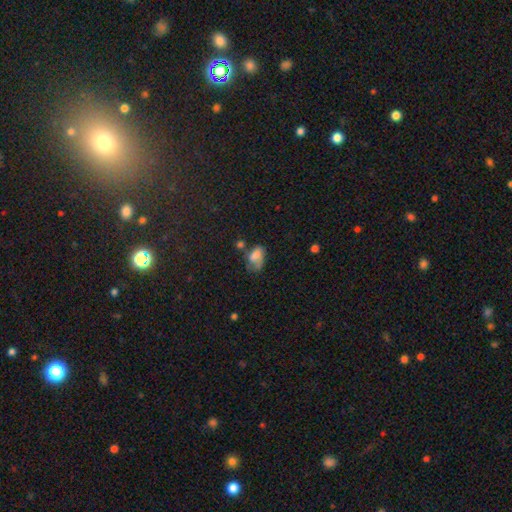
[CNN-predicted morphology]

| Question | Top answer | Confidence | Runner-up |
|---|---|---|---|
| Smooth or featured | smooth | 65% | featured or disk (22%) |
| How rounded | in between | 86% | round (12%) |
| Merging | major disturbance | 30% | tied: minor disturbance (30%) |